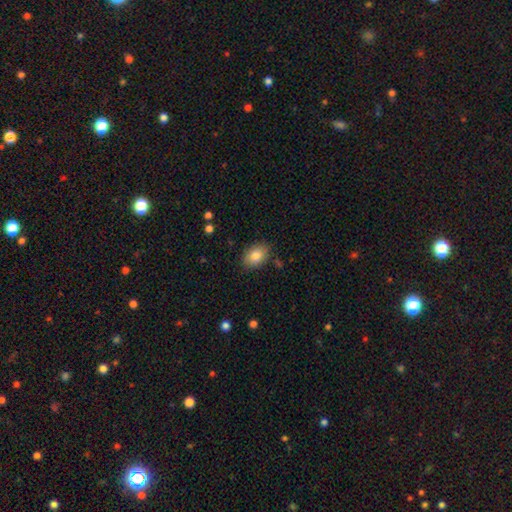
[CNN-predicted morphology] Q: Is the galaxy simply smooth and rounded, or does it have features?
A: smooth — 84%.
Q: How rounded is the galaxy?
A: in between — 79%.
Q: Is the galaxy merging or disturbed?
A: none — 83%.